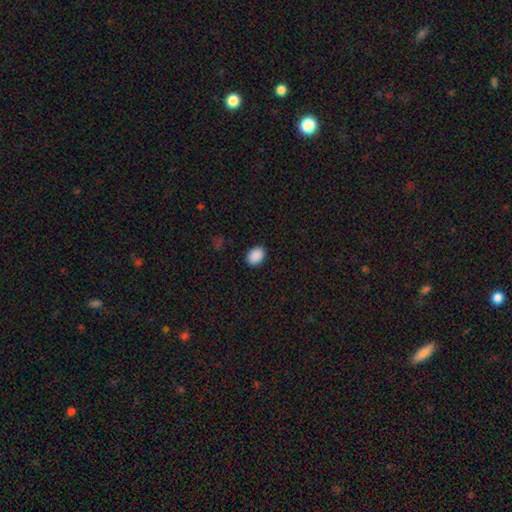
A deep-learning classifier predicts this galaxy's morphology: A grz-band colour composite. It shows a smooth galaxy with no disk features (90%) that is in between round and cigar-shaped (75%). Merging: none (90%).